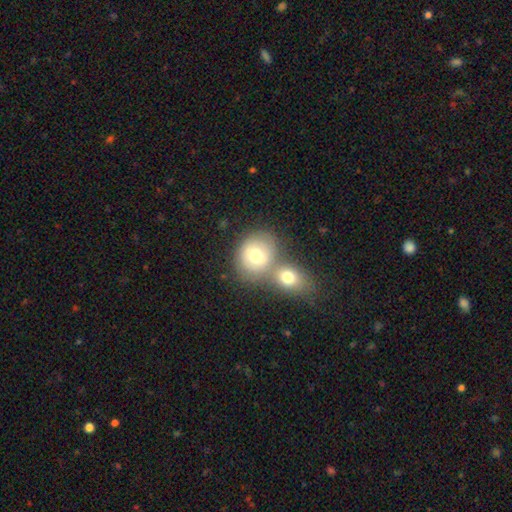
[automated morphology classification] Smooth or featured?
  - smooth: 67% *
  - featured or disk: 24%
  - star or artifact: 9%
How rounded?
  - round: 70% *
  - in between: 29%
  - cigar-shaped: 1%
Merging?
  - merger: 48% *
  - none: 38%
  - minor disturbance: 10%
  - major disturbance: 4%